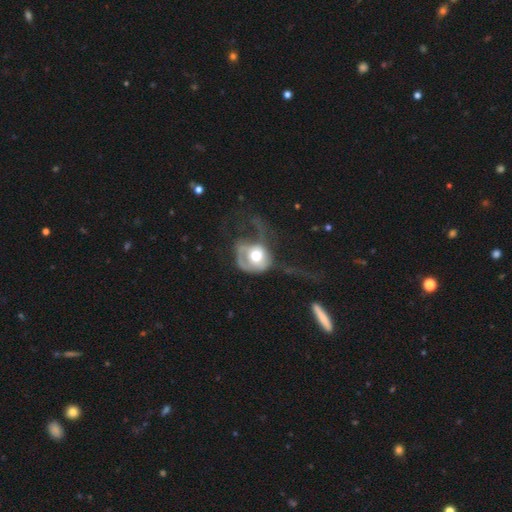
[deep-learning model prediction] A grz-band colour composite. It shows a featured or disk galaxy (47%). Merging: major disturbance (65%).